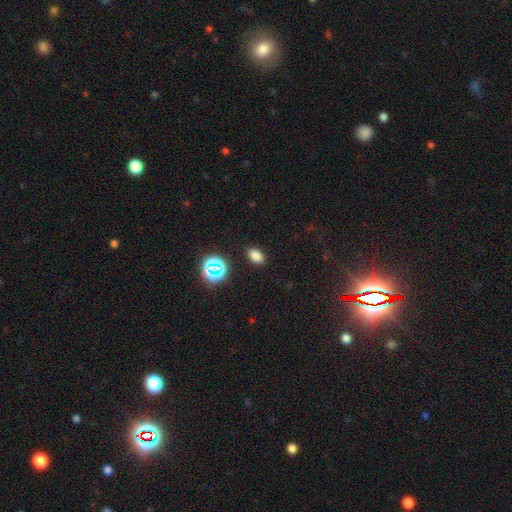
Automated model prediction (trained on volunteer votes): A smooth galaxy with no disk features (76%) that is in between round and cigar-shaped (82%).

Vote fractions:
- Smooth or featured? smooth: 76% / star or artifact: 18% / featured or disk: 6%
- How rounded? in between: 82% / round: 17% / cigar-shaped: 1%
- Merging? none: 88% / minor disturbance: 8% / major disturbance: 3% / merger: 1%